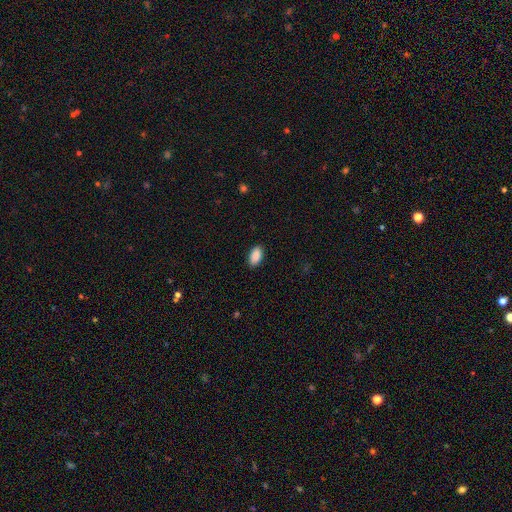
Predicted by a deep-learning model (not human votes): Q: Smooth or featured?
A: smooth (90%); runner-up: star or artifact (7%)
Q: How rounded?
A: in between (94%); runner-up: cigar-shaped (3%)
Q: Merging?
A: none (89%); runner-up: minor disturbance (8%)